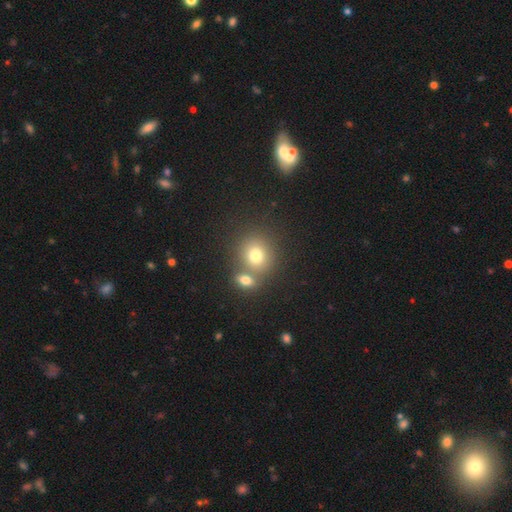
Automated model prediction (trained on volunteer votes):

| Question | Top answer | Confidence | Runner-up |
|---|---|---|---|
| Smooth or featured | smooth | 77% | star or artifact (12%) |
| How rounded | round | 78% | in between (21%) |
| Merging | none | 53% | merger (35%) |